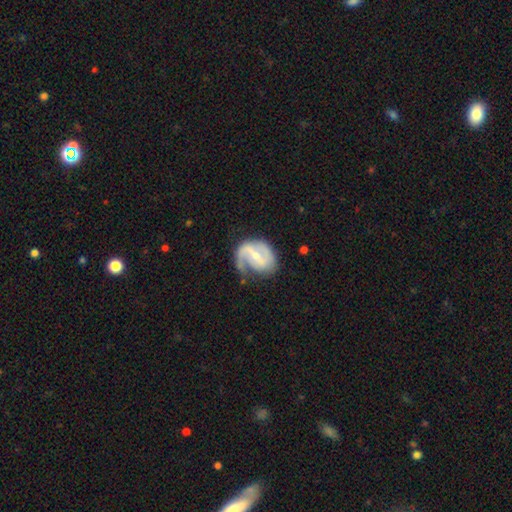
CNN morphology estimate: Overall: featured or disk (82%). Edge-on disk: no (97%). Bar: weak (49%; strong 27%). Spiral arms: yes (93%). Spiral arm count: 2 (58%; 1 30%). Spiral winding: medium (46%; loose 27%). Bulge size: small (56%; moderate 40%). Merging: none (52%; minor disturbance 27%).